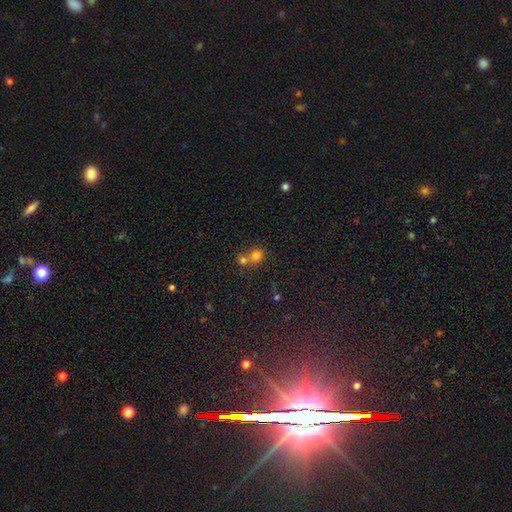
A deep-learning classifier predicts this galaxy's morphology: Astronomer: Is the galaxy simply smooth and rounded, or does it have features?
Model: smooth — 76%.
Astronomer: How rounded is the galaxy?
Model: round — 77%.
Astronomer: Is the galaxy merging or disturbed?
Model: merger — 54% (runner-up: none, 37%).